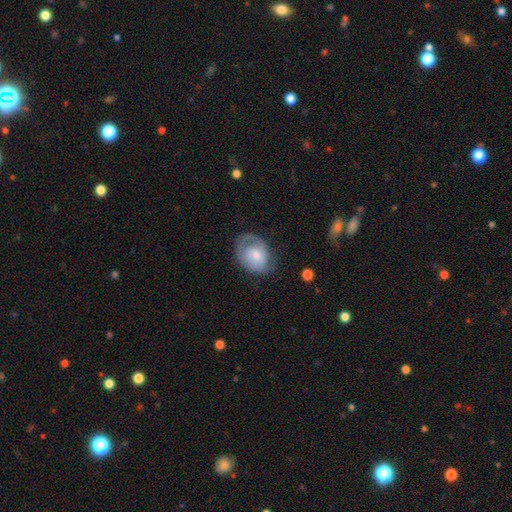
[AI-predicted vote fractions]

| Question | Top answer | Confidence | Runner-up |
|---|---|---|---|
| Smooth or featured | featured or disk | 52% | smooth (42%) |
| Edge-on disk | no | 96% | yes (4%) |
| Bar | no | 65% | weak (30%) |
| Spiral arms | yes | 75% | no (25%) |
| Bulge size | moderate | 46% | small (41%) |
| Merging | none | 51% | minor disturbance (28%) |